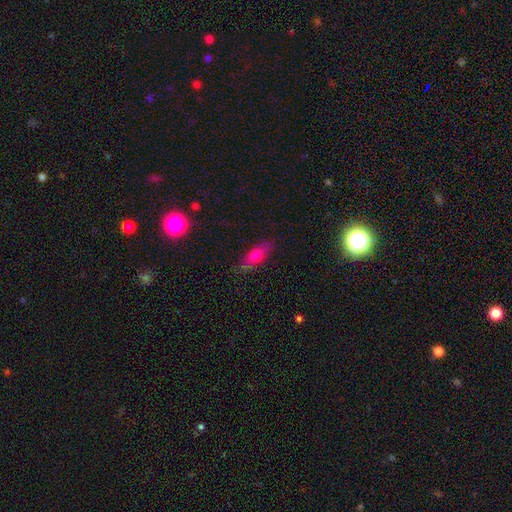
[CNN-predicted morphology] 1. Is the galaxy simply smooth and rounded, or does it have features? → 67% smooth, 23% featured or disk, 9% star or artifact.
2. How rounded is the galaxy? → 66% in between, 30% cigar-shaped, 3% round.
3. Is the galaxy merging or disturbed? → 79% none, 16% minor disturbance, 4% major disturbance, 1% merger.